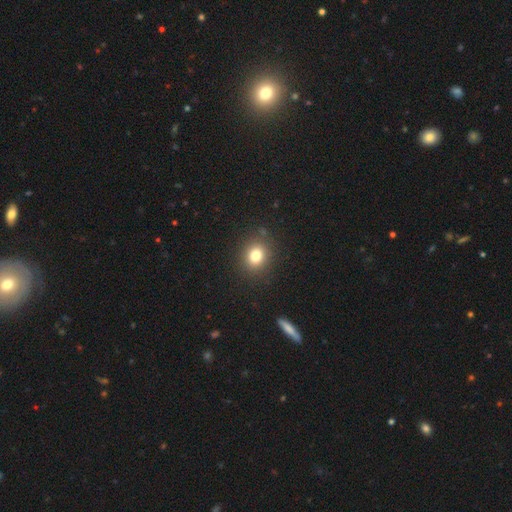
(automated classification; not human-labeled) This appears to be a smooth galaxy with no disk features (79%) that is round (68%). Merging: none (87%).